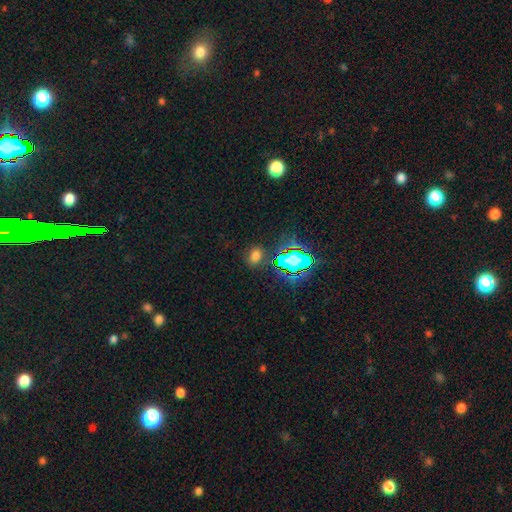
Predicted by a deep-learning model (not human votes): This is likely a smooth galaxy (63%). How rounded: possibly in between (56%). Merging: clearly none (82%).